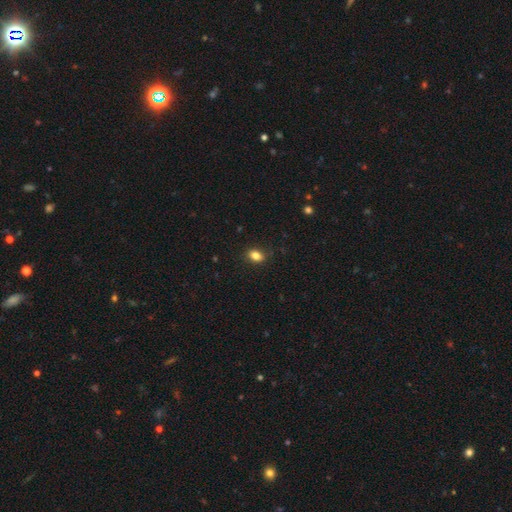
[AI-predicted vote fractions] This is clearly a smooth galaxy (84%). How rounded: likely in between (75%). Merging: clearly none (85%).